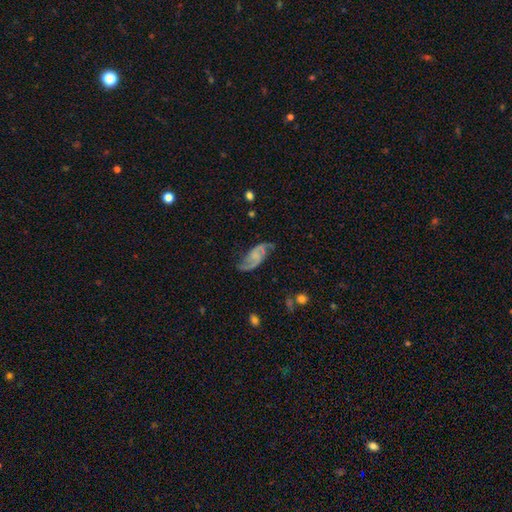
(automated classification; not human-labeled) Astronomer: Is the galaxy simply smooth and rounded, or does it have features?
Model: featured or disk — 83%.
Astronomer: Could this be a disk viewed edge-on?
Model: no — 96%.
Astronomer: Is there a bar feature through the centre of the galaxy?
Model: no — 52% (runner-up: weak, 38%).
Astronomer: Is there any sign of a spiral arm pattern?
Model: yes — 96%.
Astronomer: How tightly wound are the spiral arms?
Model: loose — 50% (runner-up: medium, 38%).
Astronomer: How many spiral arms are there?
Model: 2 — 91%.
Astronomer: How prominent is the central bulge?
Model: none — 53% (runner-up: small, 29%).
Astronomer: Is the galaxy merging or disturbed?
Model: none — 70%.